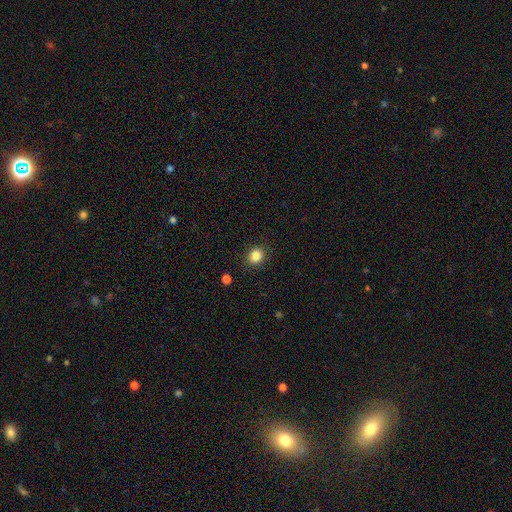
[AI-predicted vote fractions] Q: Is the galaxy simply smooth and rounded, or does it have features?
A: smooth — 84%.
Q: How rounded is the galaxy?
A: round — 78%.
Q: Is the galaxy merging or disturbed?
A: none — 90%.